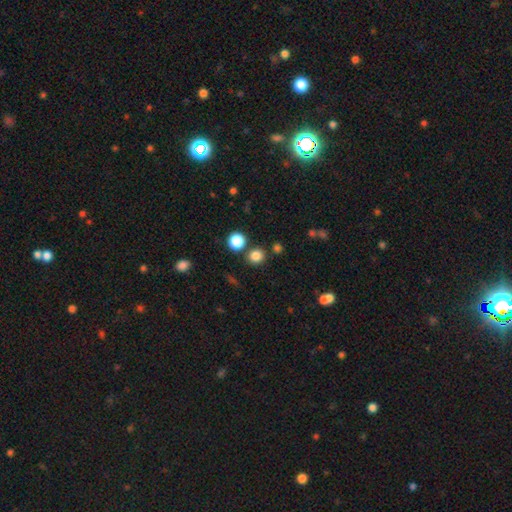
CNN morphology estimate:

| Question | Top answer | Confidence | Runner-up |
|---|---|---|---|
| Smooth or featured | smooth | 82% | star or artifact (13%) |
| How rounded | round | 84% | in between (15%) |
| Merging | none | 81% | merger (9%) |